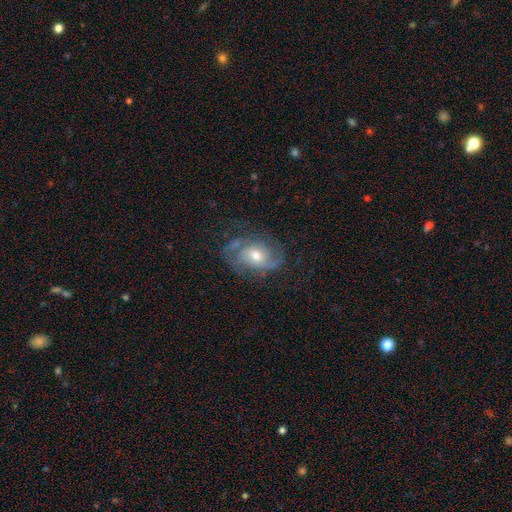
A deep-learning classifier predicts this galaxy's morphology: Q: Smooth or featured?
A: featured or disk (73%); runner-up: smooth (19%)
Q: Edge-on disk?
A: no (96%); runner-up: yes (4%)
Q: Bar?
A: no (69%); runner-up: weak (25%)
Q: Spiral arms?
A: yes (88%); runner-up: no (12%)
Q: Spiral winding?
A: medium (43%); runner-up: tight (31%)
Q: Spiral arm count?
A: 2 (60%); runner-up: can't tell (18%)
Q: Bulge size?
A: moderate (62%); runner-up: small (32%)
Q: Merging?
A: none (59%); runner-up: minor disturbance (23%)